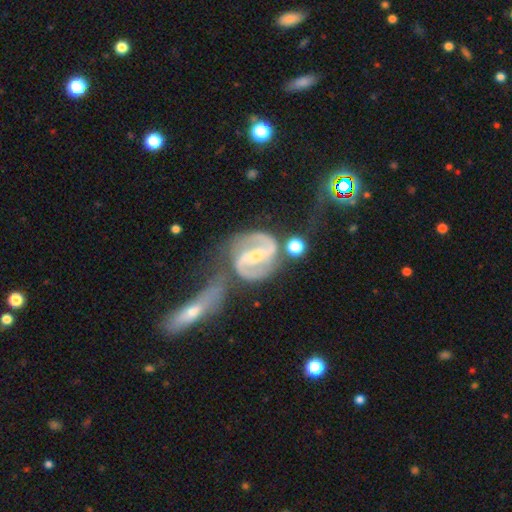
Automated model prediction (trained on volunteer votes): Overall: featured or disk (91%). Edge-on disk: no (97%). Bar: strong (64%; weak 27%). Spiral arms: yes (97%). Spiral arm count: 2 (93%). Spiral winding: medium (55%; tight 28%). Bulge size: small (51%; moderate 44%). Merging: none (49%; merger 25%).